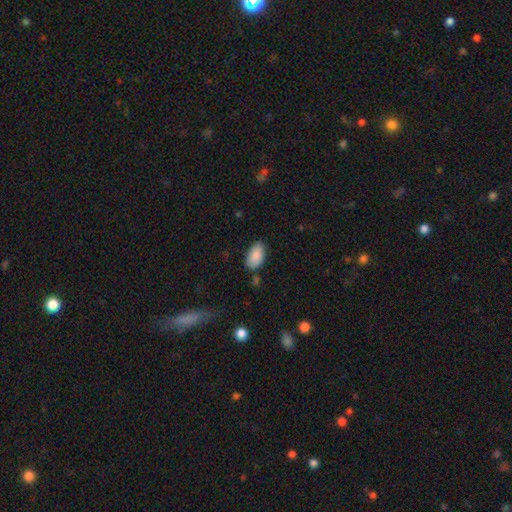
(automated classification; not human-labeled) This appears to be a smooth galaxy with no disk features (88%) that is in between round and cigar-shaped (94%). Merging: none (78%).